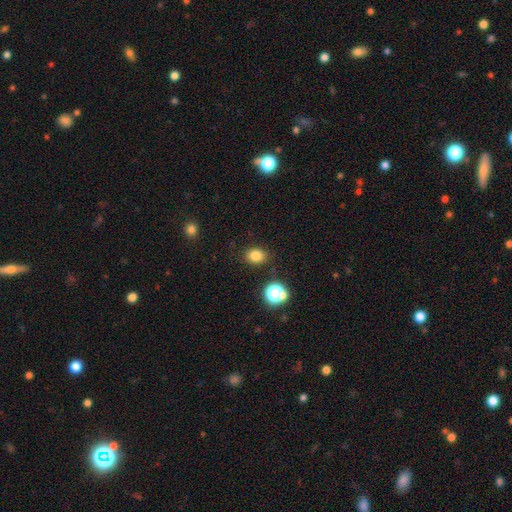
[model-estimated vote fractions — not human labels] smooth_or_featured: smooth (p=0.81) [alt: star or artifact p=0.13]
how_rounded: in between (p=0.59) [alt: round p=0.40]
merging: none (p=0.85) [alt: minor disturbance p=0.09]